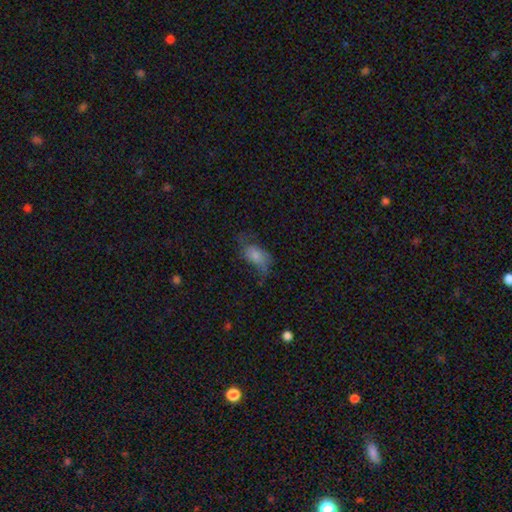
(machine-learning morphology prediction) A smooth galaxy with no disk features (59%) that is in between round and cigar-shaped (90%). Merging: none (40%).